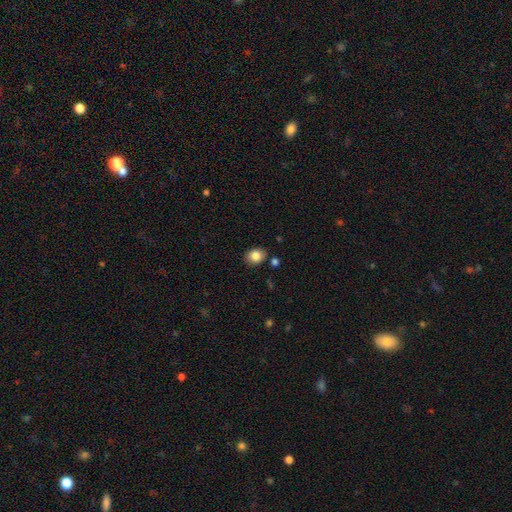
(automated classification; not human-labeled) A smooth galaxy with no disk features (85%) that is round (51%). Merging: none (83%).